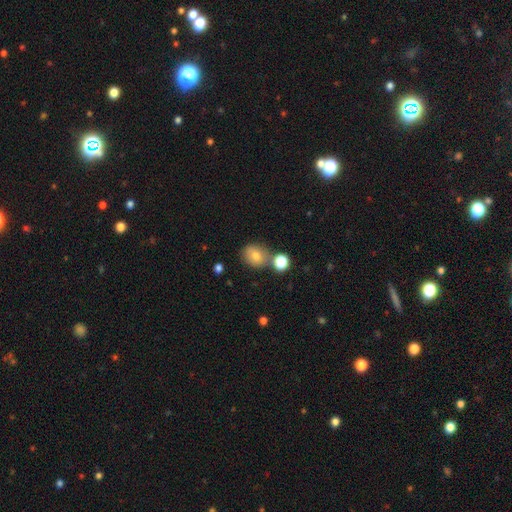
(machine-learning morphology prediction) Q: Smooth or featured?
A: smooth (77%); runner-up: featured or disk (12%)
Q: How rounded?
A: round (66%); runner-up: in between (33%)
Q: Merging?
A: none (62%); runner-up: merger (21%)